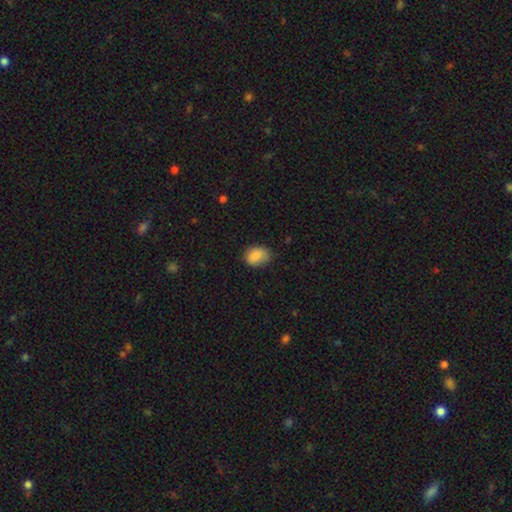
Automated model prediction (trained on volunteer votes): Smooth or featured?
  - smooth: 86% *
  - star or artifact: 8%
  - featured or disk: 6%
How rounded?
  - in between: 70% *
  - round: 29%
  - cigar-shaped: 1%
Merging?
  - none: 66% *
  - minor disturbance: 27%
  - major disturbance: 6%
  - merger: 1%